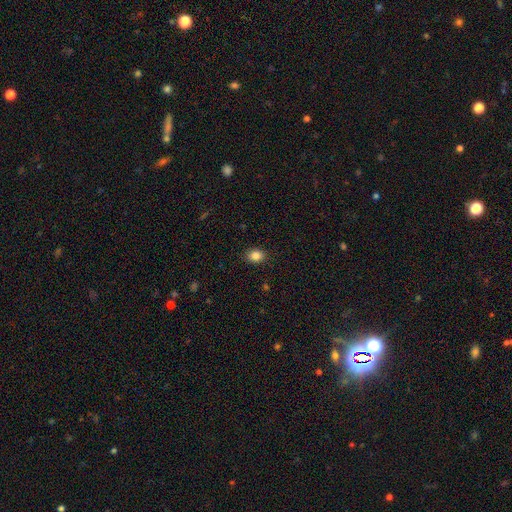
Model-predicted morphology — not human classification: This appears to be a smooth galaxy with no disk features (86%) that is in between round and cigar-shaped (59%). Merging: none (89%).